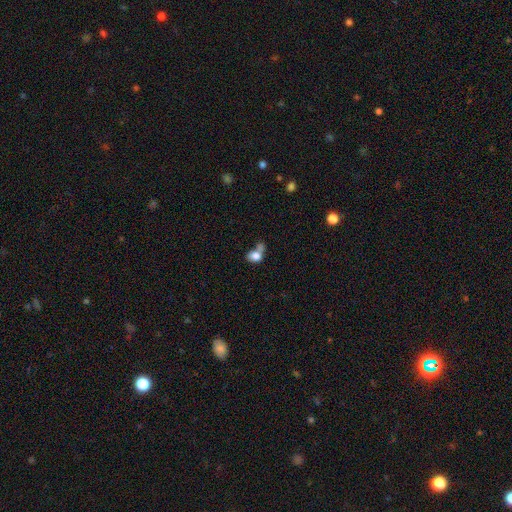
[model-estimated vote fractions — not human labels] A smooth galaxy with no disk features (79%) that is in between round and cigar-shaped (69%). Merging: merger (48%).